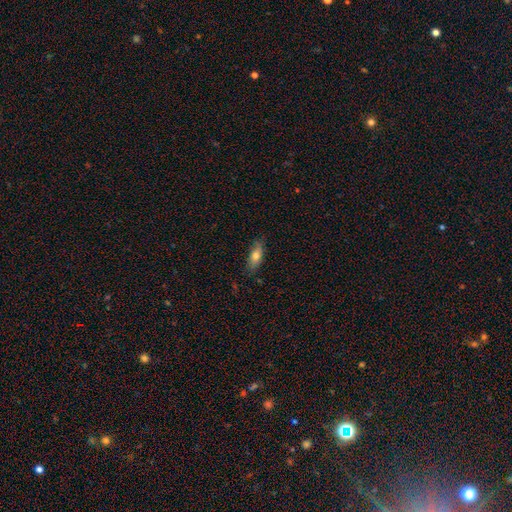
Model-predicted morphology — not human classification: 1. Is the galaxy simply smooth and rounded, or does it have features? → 72% smooth, 21% featured or disk, 7% star or artifact.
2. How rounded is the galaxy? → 68% in between, 29% cigar-shaped, 3% round.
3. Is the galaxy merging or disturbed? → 79% none, 17% minor disturbance, 3% major disturbance, 1% merger.